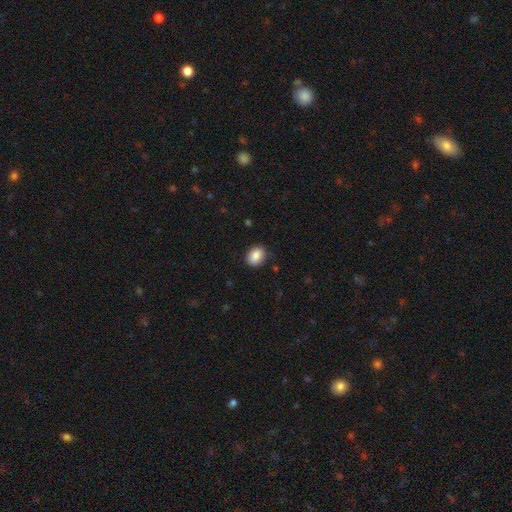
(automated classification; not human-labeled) Smooth or featured?
  - smooth: 87% *
  - star or artifact: 8%
  - featured or disk: 5%
How rounded?
  - in between: 59% *
  - round: 40%
  - cigar-shaped: 1%
Merging?
  - none: 86% *
  - minor disturbance: 11%
  - major disturbance: 2%
  - merger: 1%